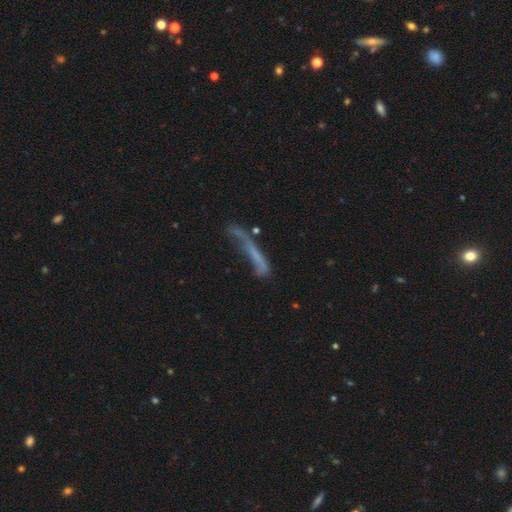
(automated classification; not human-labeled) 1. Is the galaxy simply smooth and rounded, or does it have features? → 50% smooth, 37% featured or disk, 13% star or artifact.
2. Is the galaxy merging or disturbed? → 37% none, 28% major disturbance, 22% minor disturbance, 13% merger.